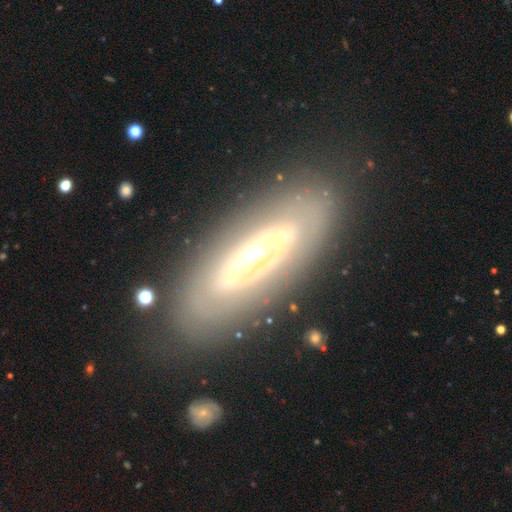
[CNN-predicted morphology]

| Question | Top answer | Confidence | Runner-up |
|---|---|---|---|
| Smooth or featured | featured or disk | 74% | smooth (20%) |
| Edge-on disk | no | 76% | yes (24%) |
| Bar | no | 54% | strong (23%) |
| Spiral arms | no | 65% | yes (35%) |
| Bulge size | moderate | 58% | small (26%) |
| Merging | none | 80% | minor disturbance (12%) |